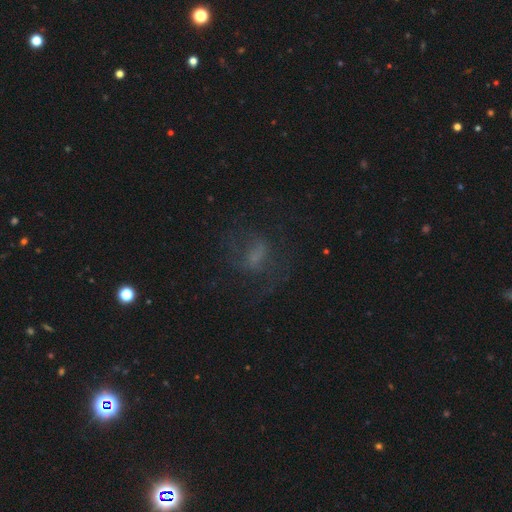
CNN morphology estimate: smooth_or_featured: featured or disk (p=0.42) [alt: smooth p=0.34]
merging: none (p=0.51) [alt: major disturbance p=0.30]